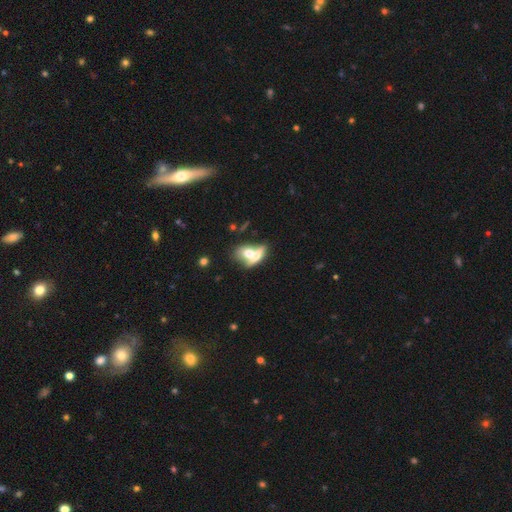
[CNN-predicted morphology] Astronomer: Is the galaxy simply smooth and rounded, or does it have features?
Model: smooth — 56% (runner-up: featured or disk, 37%).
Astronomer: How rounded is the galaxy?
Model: in between — 62%.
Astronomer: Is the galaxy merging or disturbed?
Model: merger — 70%.